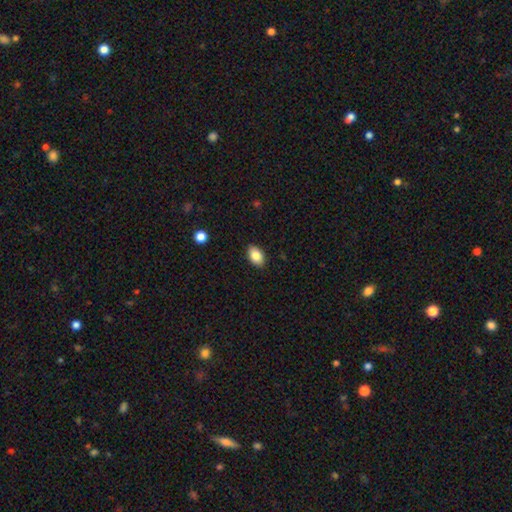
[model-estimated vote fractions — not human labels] A smooth galaxy with no disk features (84%) that is in between round and cigar-shaped (89%). Merging: none (88%).